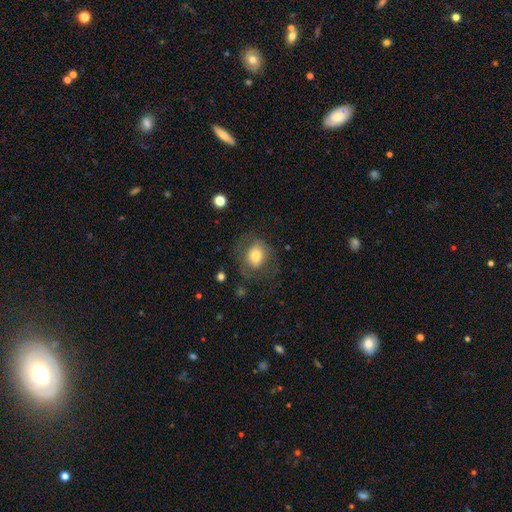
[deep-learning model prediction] Smooth or featured? Predicted: smooth (p=0.66). How rounded? Predicted: round (p=0.52). Merging? Predicted: none (p=0.59).